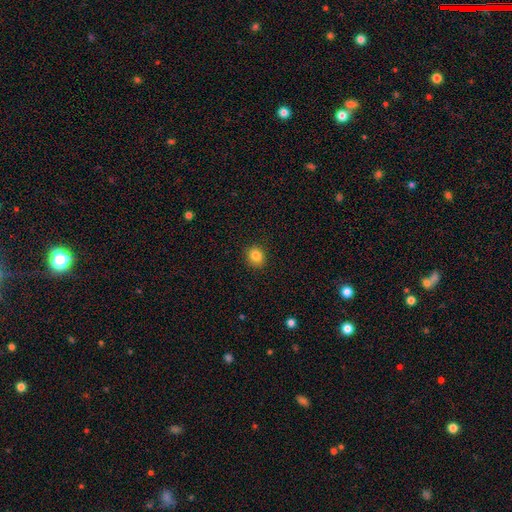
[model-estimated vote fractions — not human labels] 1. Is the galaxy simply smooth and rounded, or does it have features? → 84% smooth, 11% star or artifact, 5% featured or disk.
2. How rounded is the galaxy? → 72% round, 27% in between, 1% cigar-shaped.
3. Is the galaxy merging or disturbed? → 90% none, 7% minor disturbance, 2% major disturbance, 1% merger.